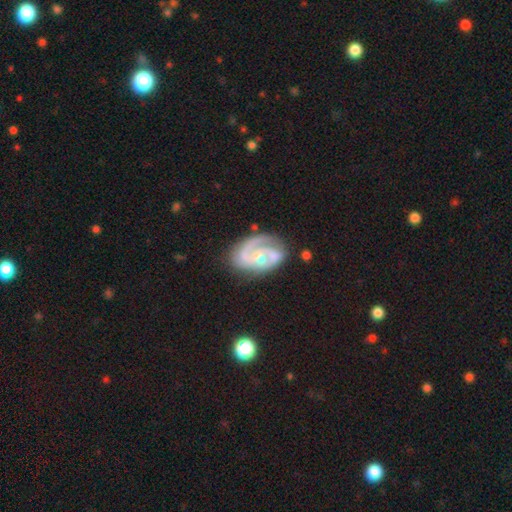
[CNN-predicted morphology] This appears to be a featured or disk galaxy (83%) with no bar (56%), 2 (51%) tight (48%) spiral arms (95%) and a small central bulge (39%). Merging: none (61%).